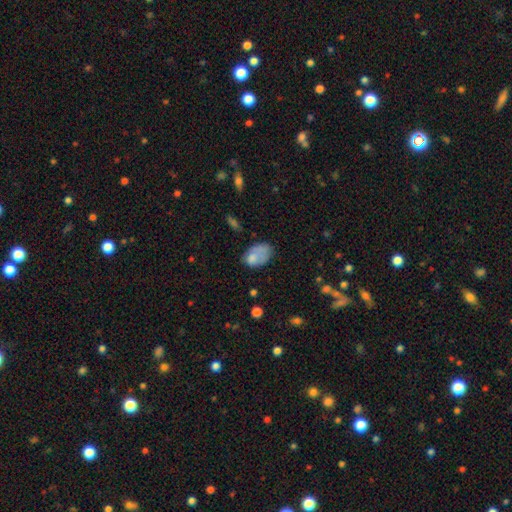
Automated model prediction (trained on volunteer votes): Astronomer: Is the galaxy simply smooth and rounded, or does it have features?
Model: smooth — 75%.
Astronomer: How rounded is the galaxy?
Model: in between — 87%.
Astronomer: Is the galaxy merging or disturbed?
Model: none — 42% (runner-up: minor disturbance, 32%).